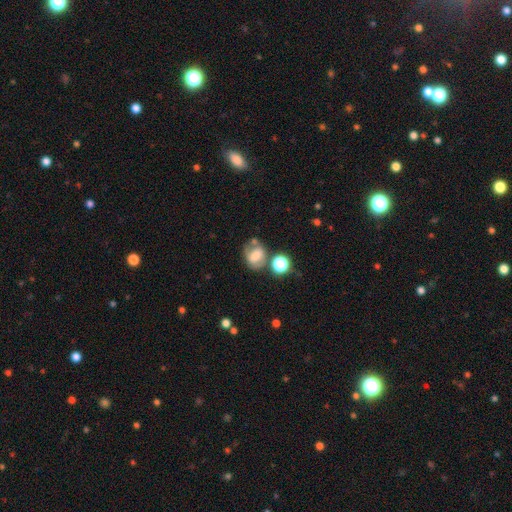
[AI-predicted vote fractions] smooth 56%, featured or disk 31%, star or artifact 13%. Down the decision tree: how rounded — in between (53%); merging — none (45%).